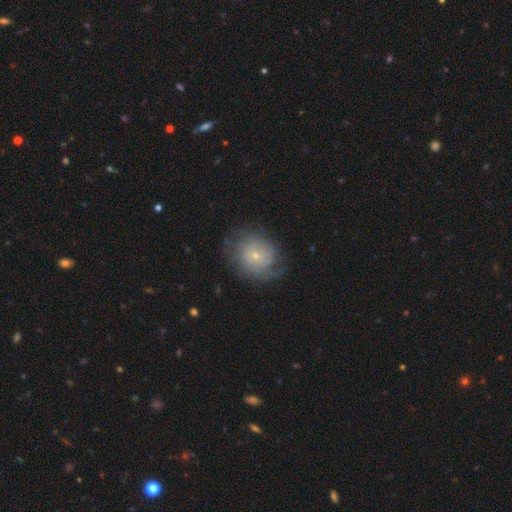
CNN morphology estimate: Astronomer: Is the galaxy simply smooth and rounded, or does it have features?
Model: featured or disk — 54% (runner-up: smooth, 38%).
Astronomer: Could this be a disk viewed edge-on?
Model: no — 96%.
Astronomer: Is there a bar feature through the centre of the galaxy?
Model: no — 83%.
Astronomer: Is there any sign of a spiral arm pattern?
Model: yes — 74%.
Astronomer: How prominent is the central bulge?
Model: small — 75%.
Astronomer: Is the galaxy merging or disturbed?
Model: none — 62%.